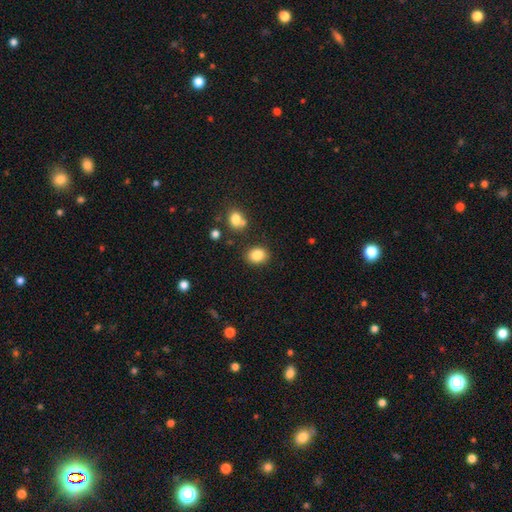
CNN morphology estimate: Overall: smooth (85%). How rounded: in between (55%; round 44%). Merging: none (84%).